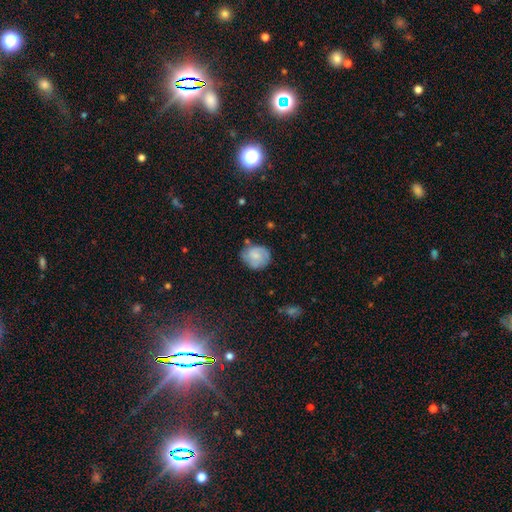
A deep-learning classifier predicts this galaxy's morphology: Smooth or featured?
  - smooth: 50% *
  - featured or disk: 42%
  - star or artifact: 8%
How rounded?
  - round: 75% *
  - in between: 23%
  - cigar-shaped: 1%
Merging?
  - none: 69% *
  - minor disturbance: 22%
  - major disturbance: 6%
  - merger: 3%